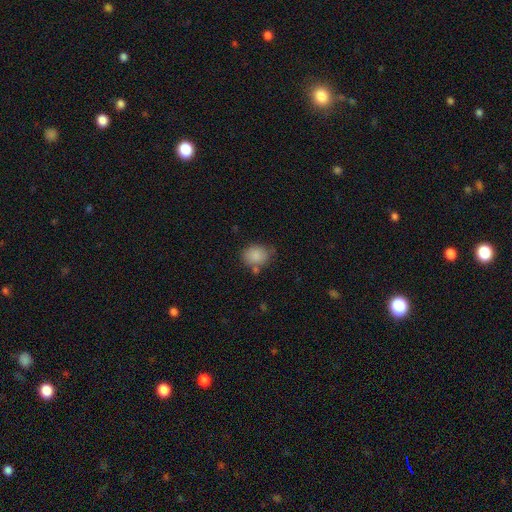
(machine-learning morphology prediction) This appears to be a smooth galaxy with no disk features (86%) that is round (53%). Merging: none (67%).